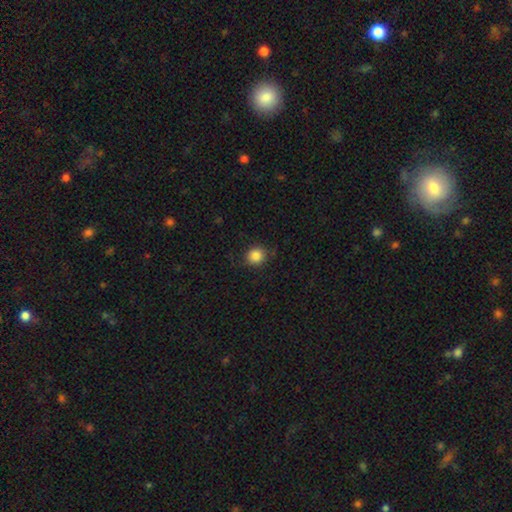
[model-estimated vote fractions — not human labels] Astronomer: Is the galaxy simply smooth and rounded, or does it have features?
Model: smooth — 86%.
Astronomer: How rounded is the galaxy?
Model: round — 88%.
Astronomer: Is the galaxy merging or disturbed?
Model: none — 85%.